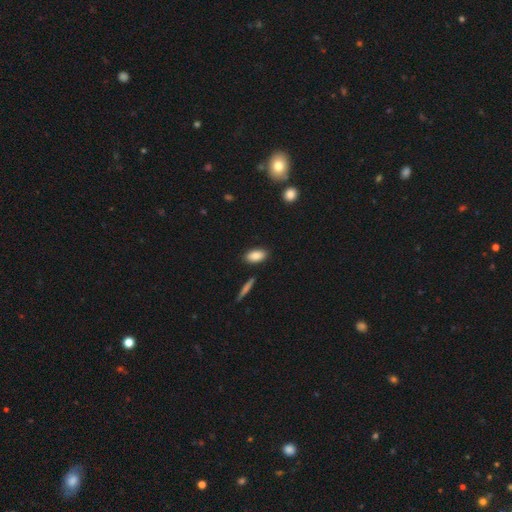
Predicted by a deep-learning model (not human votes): Smooth or featured? Predicted: smooth (p=0.87). How rounded? Predicted: in between (p=0.89). Merging? Predicted: none (p=0.86).